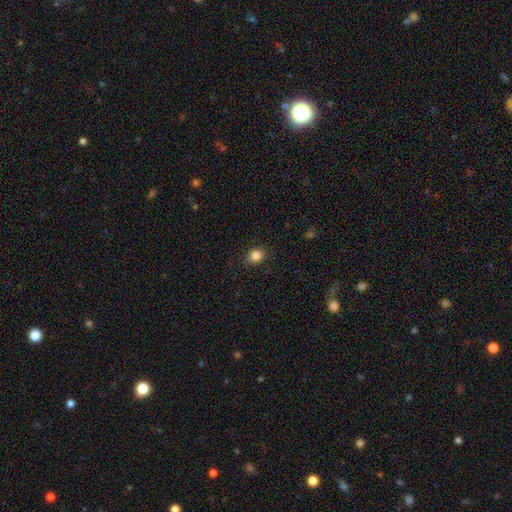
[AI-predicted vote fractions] smooth-or-featured: smooth: 85% | star or artifact: 10% | featured or disk: 4%
  how-rounded: round: 63% | in between: 36% | cigar-shaped: 1%
  merging: none: 88% | minor disturbance: 8% | major disturbance: 2% | merger: 1%